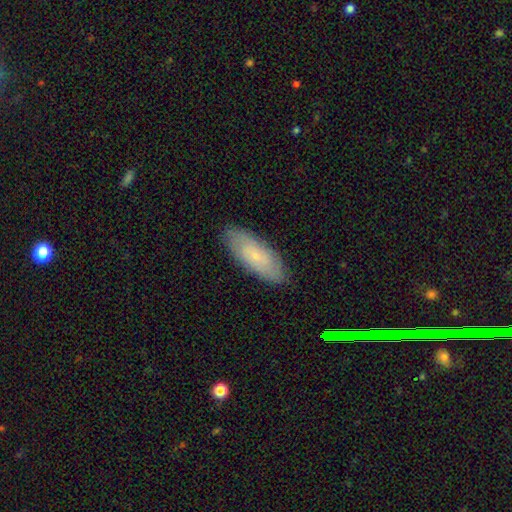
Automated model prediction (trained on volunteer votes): This appears to be a smooth galaxy with no disk features (57%) that is in between round and cigar-shaped (71%). Merging: none (85%).